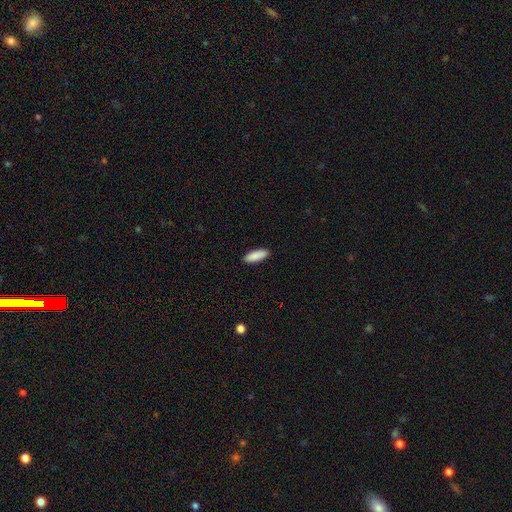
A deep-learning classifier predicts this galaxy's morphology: Smooth or featured? Predicted: smooth (p=0.90). How rounded? Predicted: in between (p=0.60). Merging? Predicted: none (p=0.90).